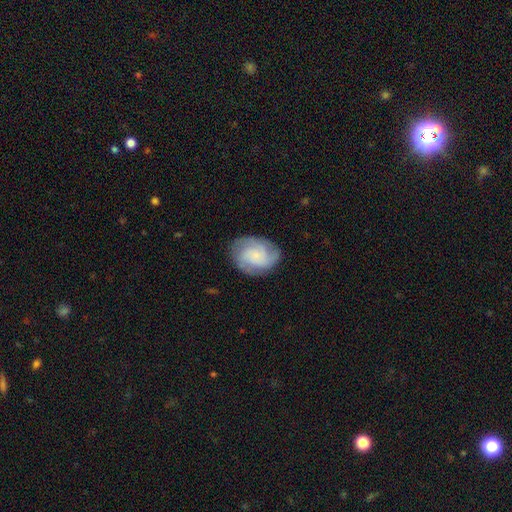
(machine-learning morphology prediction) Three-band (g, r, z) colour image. It shows a featured or disk galaxy (69%) with no bar (75%), 3 (42%) tight (46%) spiral arms (95%) and a small central bulge (68%). Merging: none (78%).